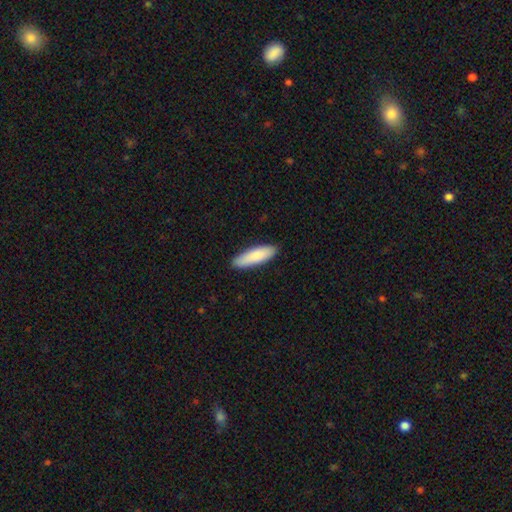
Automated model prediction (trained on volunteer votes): Morphology: type=smooth (85%); roundness=cigar-shaped (56%); merging=none (87%).